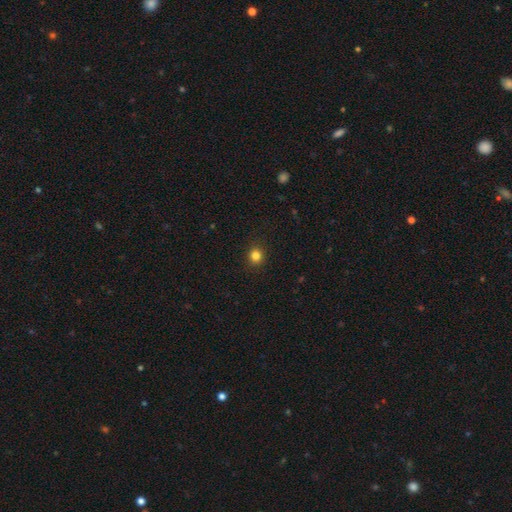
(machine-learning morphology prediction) This is clearly a smooth galaxy (82%). How rounded: clearly round (87%). Merging: clearly none (91%).